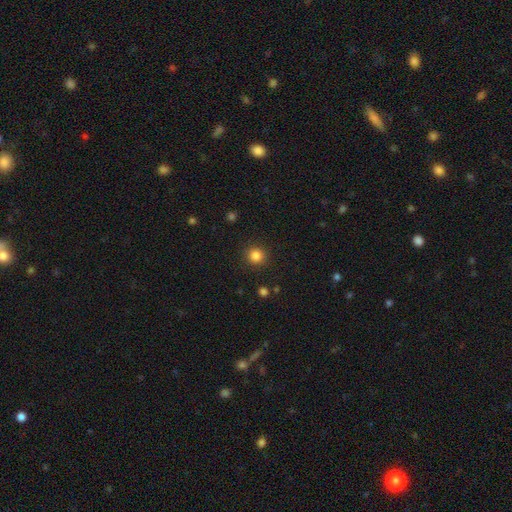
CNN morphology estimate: smooth 84%, star or artifact 12%, featured or disk 4%. Down the decision tree: how rounded — round (93%); merging — none (91%).